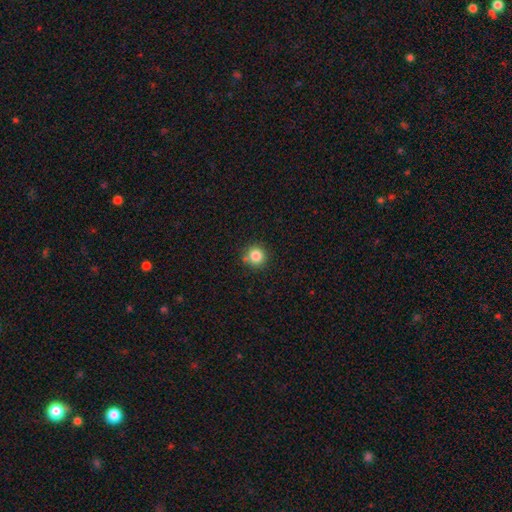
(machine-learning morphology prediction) Overall: smooth (84%). How rounded: round (93%). Merging: none (80%).